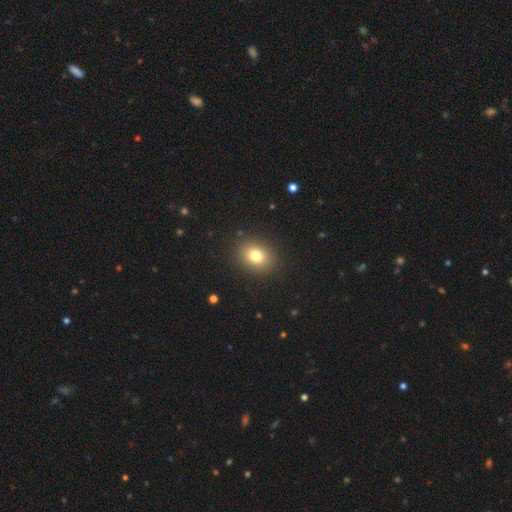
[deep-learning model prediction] smooth 79%, star or artifact 12%, featured or disk 9%. Down the decision tree: how rounded — in between (51%); merging — none (89%).